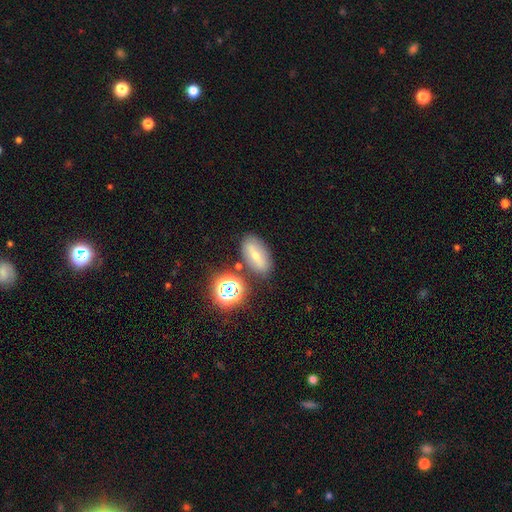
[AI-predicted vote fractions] A smooth galaxy with no disk features (49%). Merging: none (78%).